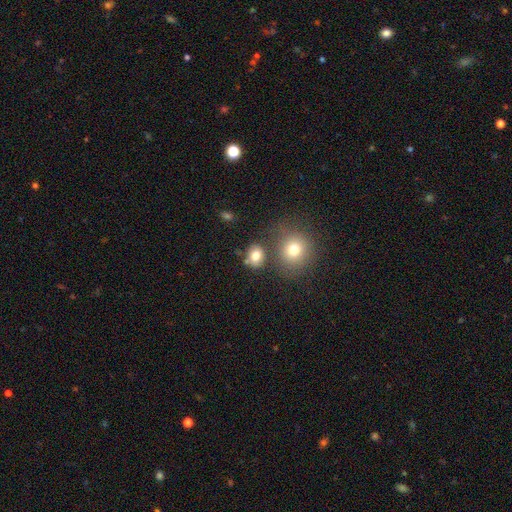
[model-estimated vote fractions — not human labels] A smooth galaxy with no disk features (78%) that is round (59%).

Vote fractions:
- Smooth or featured? smooth: 78% / star or artifact: 13% / featured or disk: 9%
- How rounded? round: 59% / in between: 40% / cigar-shaped: 1%
- Merging? none: 68% / merger: 15% / minor disturbance: 12% / major disturbance: 5%